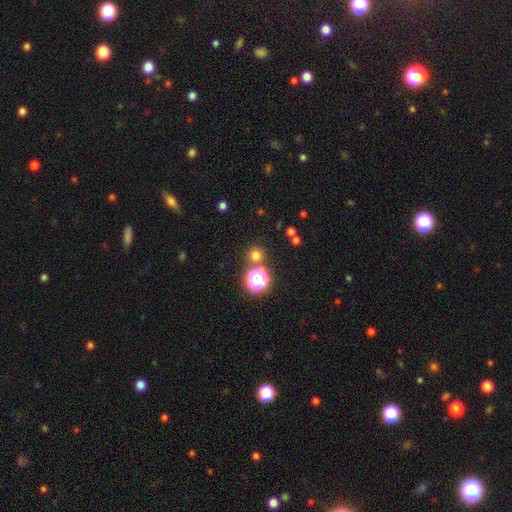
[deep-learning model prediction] This appears to be a smooth galaxy with no disk features (70%) that is round (93%). Merging: none (79%).